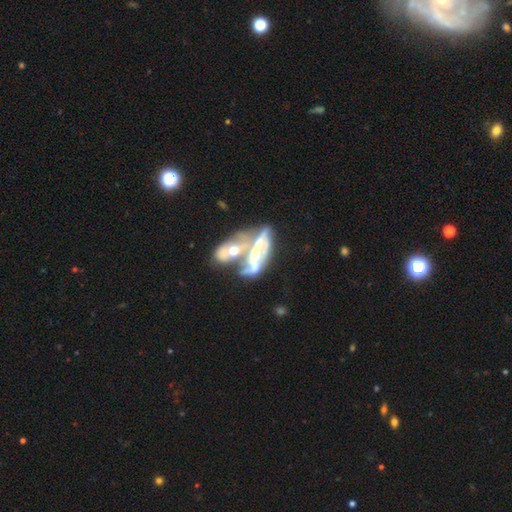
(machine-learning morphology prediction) A featured or disk galaxy (70%) with no bar (73%), no spiral arms (69%) and a moderate central bulge (60%). Merging: merger (75%).